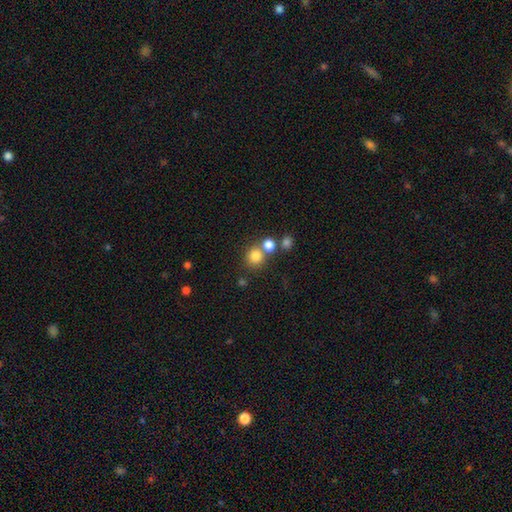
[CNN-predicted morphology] smooth 79%, star or artifact 13%, featured or disk 7%. Down the decision tree: how rounded — round (86%); merging — none (60%).